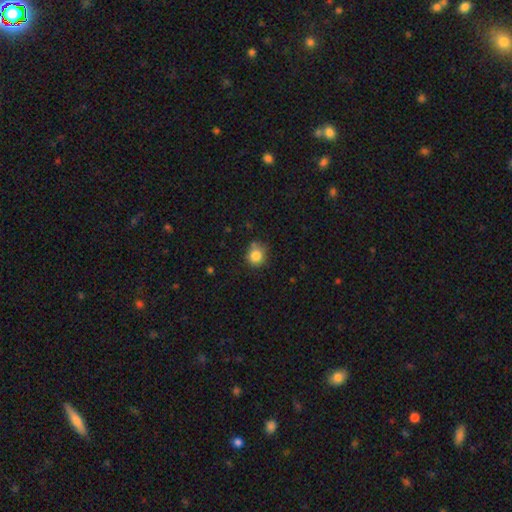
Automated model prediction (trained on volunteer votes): smooth-or-featured: smooth: 84% | star or artifact: 10% | featured or disk: 5%
  how-rounded: round: 85% | in between: 14% | cigar-shaped: 1%
  merging: none: 73% | minor disturbance: 19% | merger: 4% | major disturbance: 4%